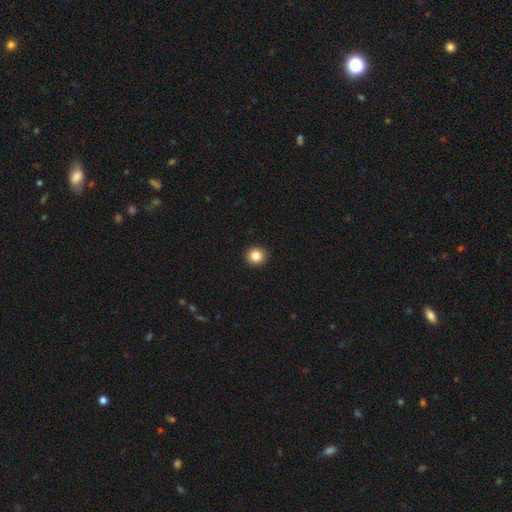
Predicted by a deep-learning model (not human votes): This is clearly a smooth galaxy (85%). How rounded: clearly round (91%). Merging: clearly none (93%).